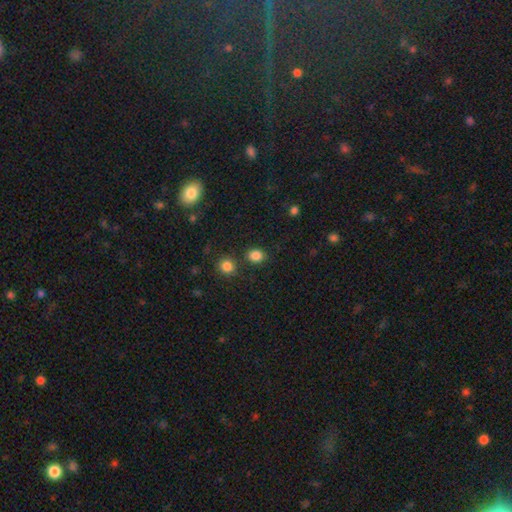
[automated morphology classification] smooth 84%, star or artifact 12%, featured or disk 4%. Down the decision tree: how rounded — round (58%); merging — none (81%).